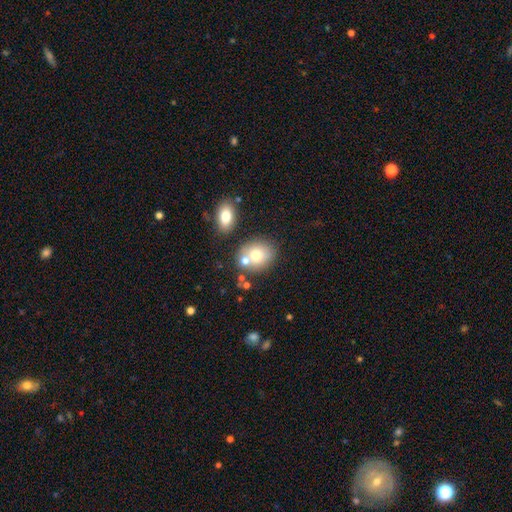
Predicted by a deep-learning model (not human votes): Smooth or featured? smooth (73%)
How rounded? round (54%)
Merging? none (59%)